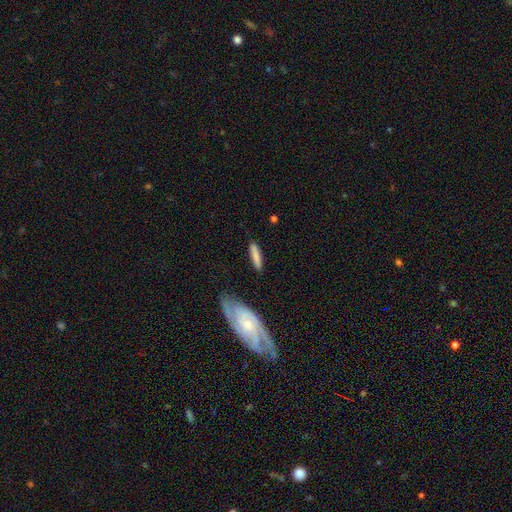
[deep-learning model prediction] Smooth or featured?
  - smooth: 78% *
  - featured or disk: 16%
  - star or artifact: 6%
How rounded?
  - cigar-shaped: 78% *
  - in between: 20%
  - round: 2%
Merging?
  - none: 80% *
  - minor disturbance: 14%
  - major disturbance: 3%
  - merger: 3%